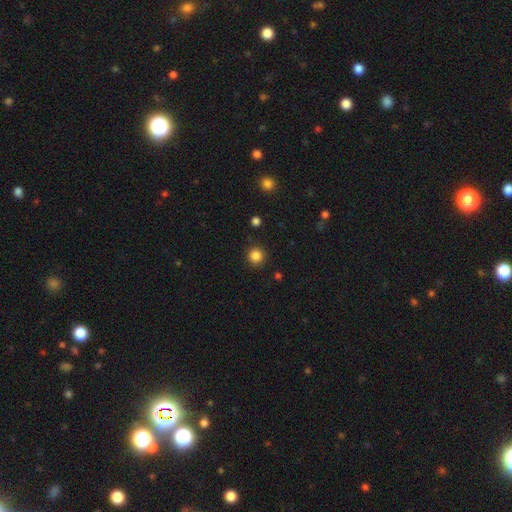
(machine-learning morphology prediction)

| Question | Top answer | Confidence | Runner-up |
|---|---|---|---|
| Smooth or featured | smooth | 85% | star or artifact (11%) |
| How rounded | round | 95% | in between (4%) |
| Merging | none | 91% | minor disturbance (6%) |